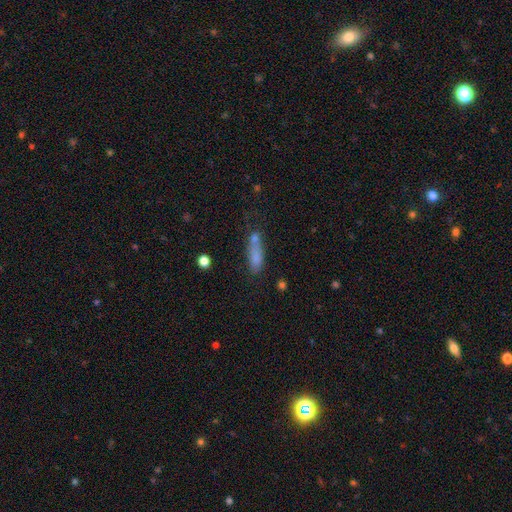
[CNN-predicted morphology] This appears to be a smooth galaxy with no disk features (74%) that is in between round and cigar-shaped (51%). Merging: none (40%).